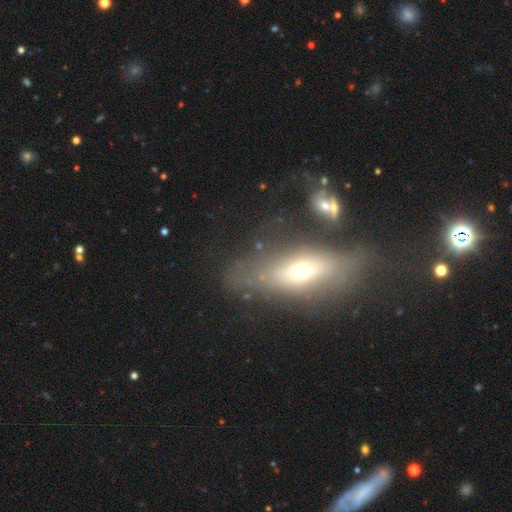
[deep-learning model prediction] Smooth or featured? Predicted: featured or disk (p=0.56). Edge-on disk? Predicted: no (p=0.52). Merging? Predicted: none (p=0.62).